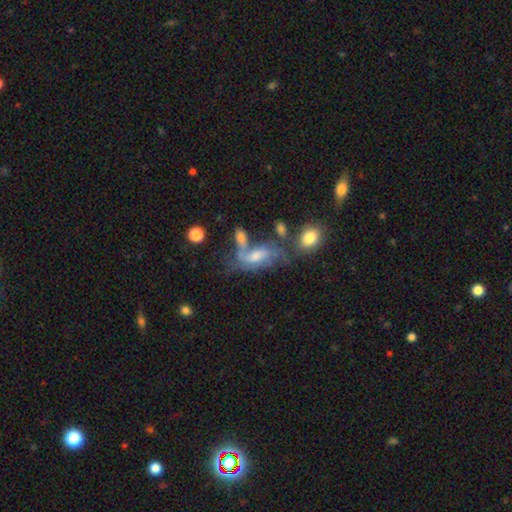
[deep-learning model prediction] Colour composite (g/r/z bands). It shows a featured or disk galaxy (56%). Merging: none (33%).